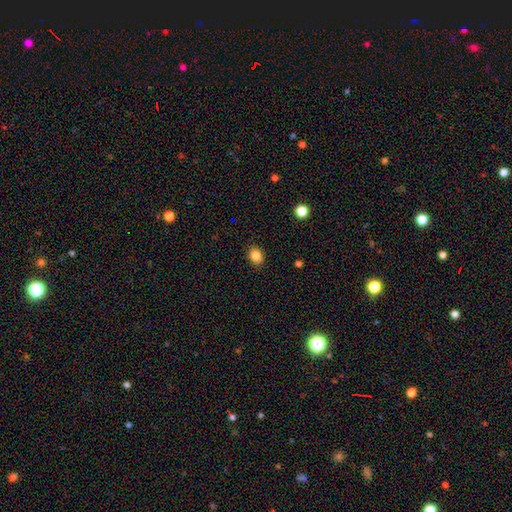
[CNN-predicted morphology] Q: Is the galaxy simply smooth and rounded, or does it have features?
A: smooth — 85%.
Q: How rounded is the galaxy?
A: in between — 61%.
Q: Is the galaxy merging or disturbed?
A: none — 89%.